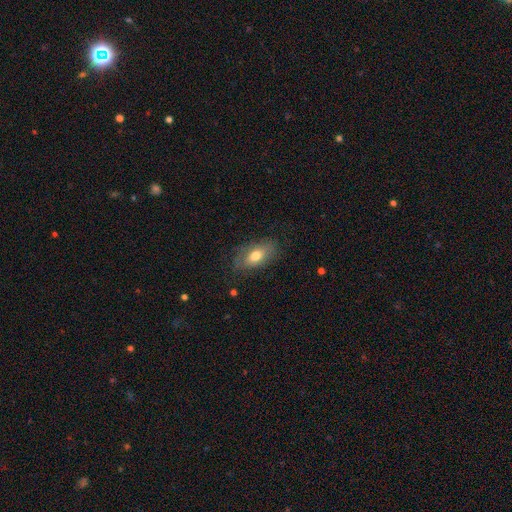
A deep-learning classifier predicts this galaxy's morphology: smooth_or_featured: smooth (p=0.69) [alt: featured or disk p=0.23]
how_rounded: in between (p=0.87) [alt: cigar-shaped p=0.07]
merging: none (p=0.74) [alt: minor disturbance p=0.19]